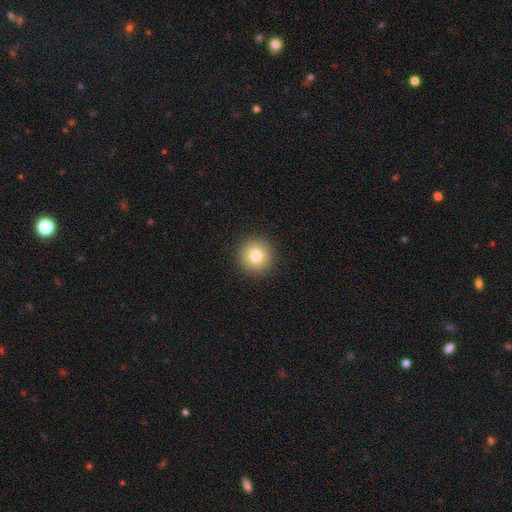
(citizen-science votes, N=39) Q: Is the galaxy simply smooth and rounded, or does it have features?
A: smooth — 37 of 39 (95%).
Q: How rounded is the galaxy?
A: round — 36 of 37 (97%).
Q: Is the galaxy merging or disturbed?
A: none — 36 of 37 (97%).